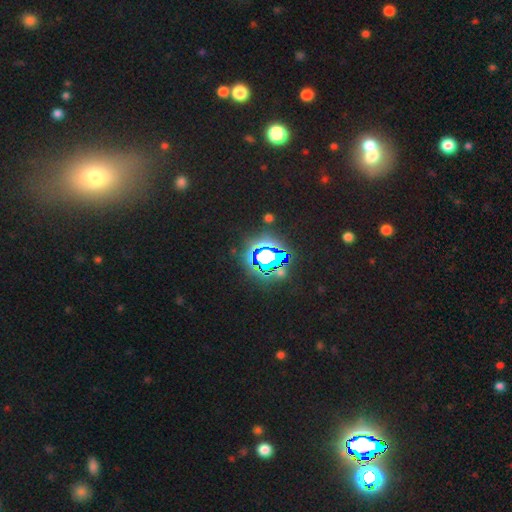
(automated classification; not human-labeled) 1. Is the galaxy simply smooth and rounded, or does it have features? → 77% star or artifact, 15% smooth, 8% featured or disk.